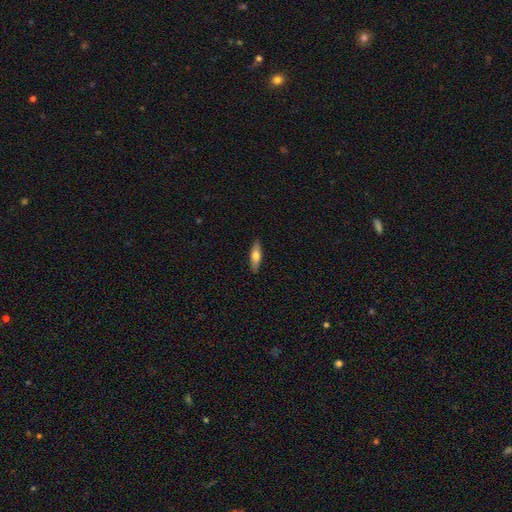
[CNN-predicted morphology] smooth_or_featured: smooth (p=0.69) [alt: featured or disk p=0.25]
how_rounded: cigar-shaped (p=0.52) [alt: in between p=0.46]
merging: none (p=0.89) [alt: minor disturbance p=0.09]